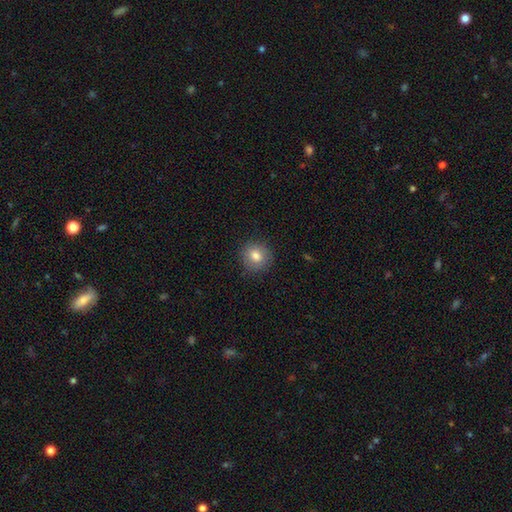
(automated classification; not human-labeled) This is clearly a smooth galaxy (82%). How rounded: clearly round (86%). Merging: clearly none (87%).